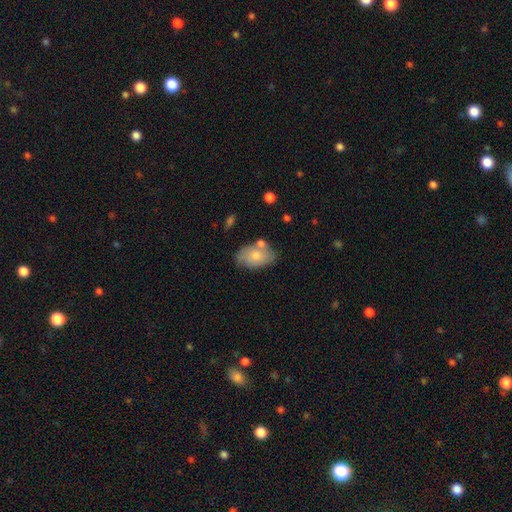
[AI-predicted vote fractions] Morphology: type=smooth (72%); roundness=in between (89%); merging=none (60%).